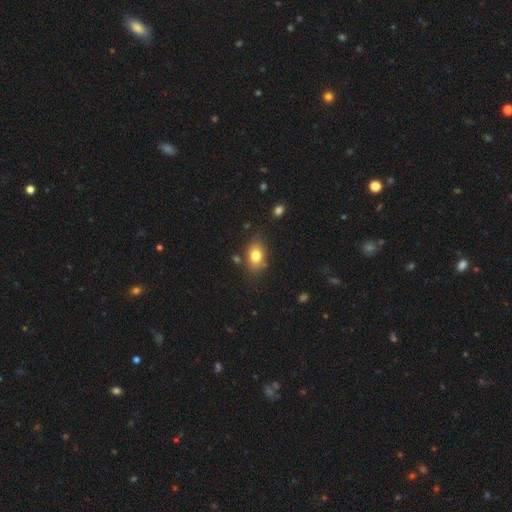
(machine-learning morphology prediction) A smooth galaxy with no disk features (80%) that is in between round and cigar-shaped (81%). Merging: none (79%).